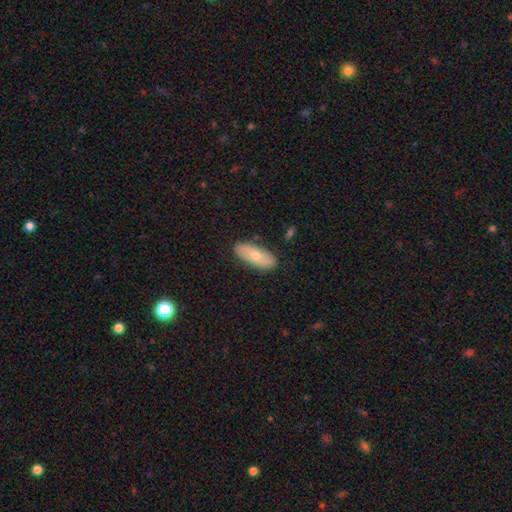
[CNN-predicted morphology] Smooth or featured: smooth — 63% (featured or disk — 31%)
How rounded: in between — 75% (cigar-shaped — 22%)
Merging: none — 87% (minor disturbance — 9%)